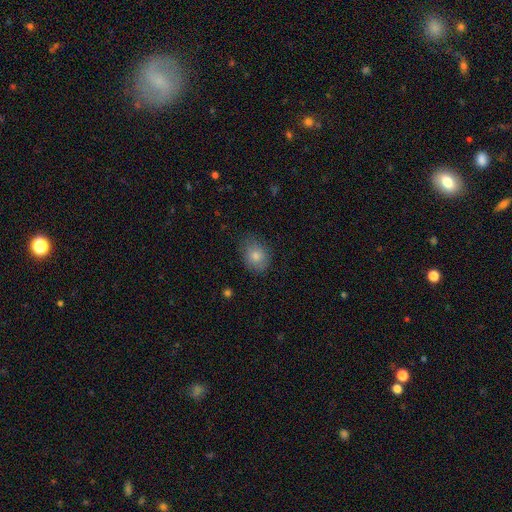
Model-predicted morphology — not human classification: The model was most divided on "how rounded": in between: 53%, round: 46%, cigar-shaped: 1%. More confident: smooth or featured — smooth (79%); merging — none (78%).